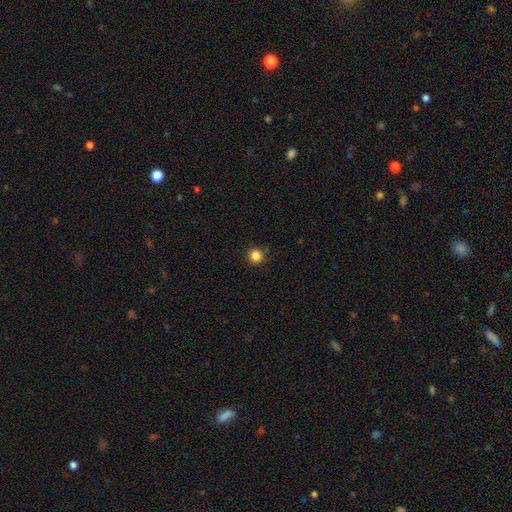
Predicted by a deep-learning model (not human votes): A smooth galaxy with no disk features (84%) that is round (95%).

Vote fractions:
- Smooth or featured? smooth: 84% / star or artifact: 12% / featured or disk: 4%
- How rounded? round: 95% / in between: 4% / cigar-shaped: 1%
- Merging? none: 89% / minor disturbance: 7% / merger: 2% / major disturbance: 2%